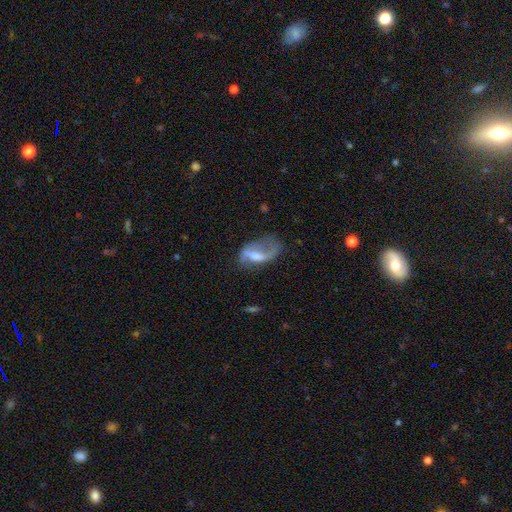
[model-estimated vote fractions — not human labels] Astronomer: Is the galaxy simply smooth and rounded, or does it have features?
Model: featured or disk — 70%.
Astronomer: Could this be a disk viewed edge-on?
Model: no — 94%.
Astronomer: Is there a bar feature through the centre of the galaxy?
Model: weak — 45% (runner-up: strong, 31%).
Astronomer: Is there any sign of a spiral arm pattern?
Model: yes — 80%.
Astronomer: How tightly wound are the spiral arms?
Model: loose — 71%.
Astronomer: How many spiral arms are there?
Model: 2 — 61%.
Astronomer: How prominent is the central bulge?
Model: moderate — 40% (runner-up: small, 32%).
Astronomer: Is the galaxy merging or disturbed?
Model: none — 42% (runner-up: major disturbance, 30%).